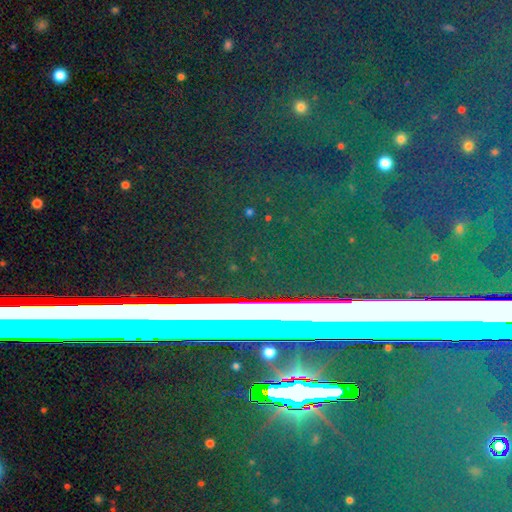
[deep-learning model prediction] Smooth or featured?
  - star or artifact: 79% *
  - featured or disk: 11%
  - smooth: 10%